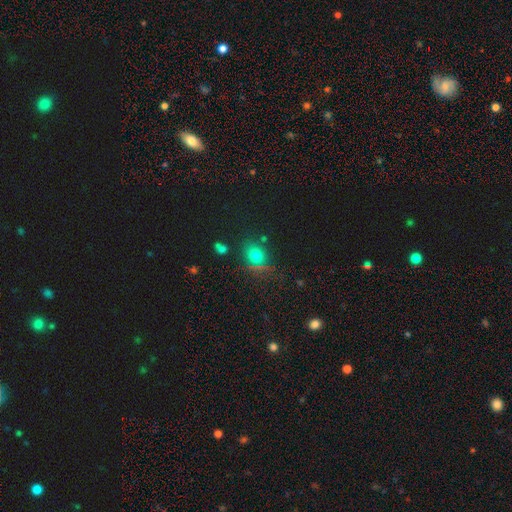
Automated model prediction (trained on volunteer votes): Smooth or featured? smooth (67%)
How rounded? round (70%)
Merging? none (76%)